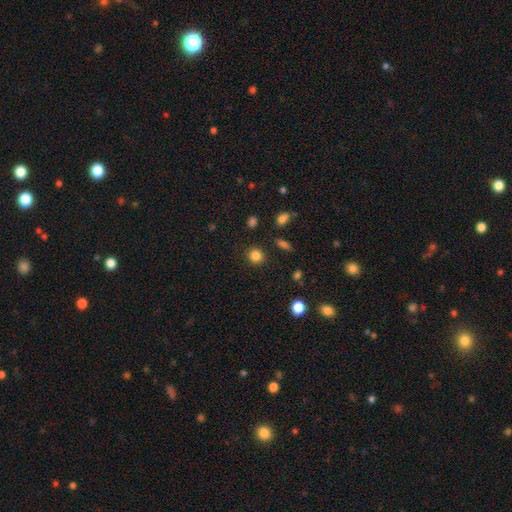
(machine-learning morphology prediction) Smooth or featured?
  - smooth: 83% *
  - star or artifact: 12%
  - featured or disk: 5%
How rounded?
  - round: 89% *
  - in between: 10%
  - cigar-shaped: 1%
Merging?
  - none: 89% *
  - minor disturbance: 7%
  - major disturbance: 3%
  - merger: 2%